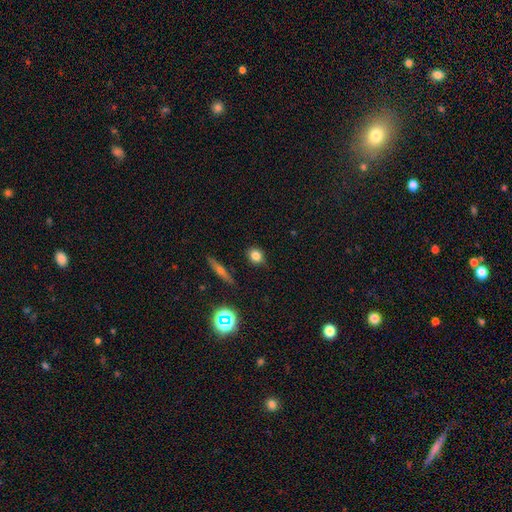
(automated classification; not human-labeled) Q: Smooth or featured?
A: smooth (78%); runner-up: star or artifact (13%)
Q: How rounded?
A: round (65%); runner-up: in between (31%)
Q: Merging?
A: none (84%); runner-up: minor disturbance (11%)